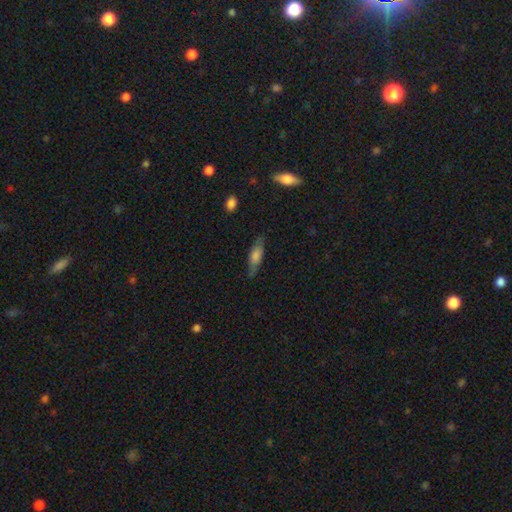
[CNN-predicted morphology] Smooth or featured? Predicted: smooth (p=0.63). How rounded? Predicted: cigar-shaped (p=0.49). Merging? Predicted: none (p=0.73).